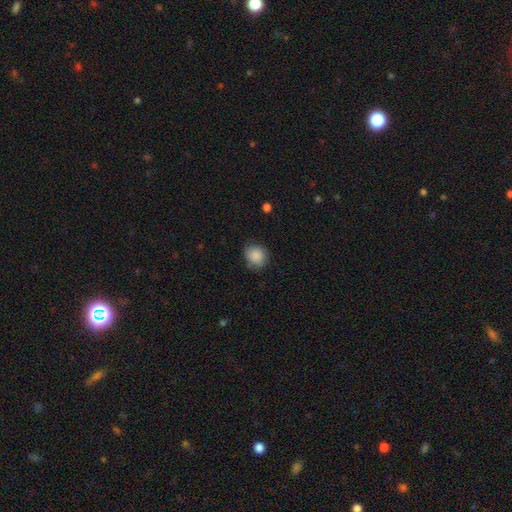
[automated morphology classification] This appears to be a smooth galaxy with no disk features (87%) that is round (77%). Merging: none (76%).